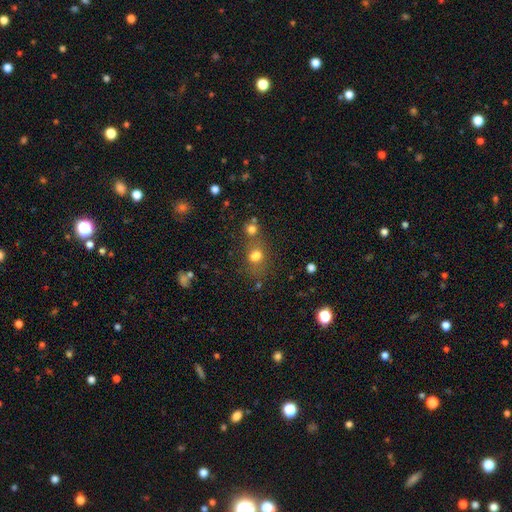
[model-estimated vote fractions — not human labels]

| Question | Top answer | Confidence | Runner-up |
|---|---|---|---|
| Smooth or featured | smooth | 70% | star or artifact (19%) |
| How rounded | round | 57% | in between (41%) |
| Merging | none | 49% | merger (31%) |